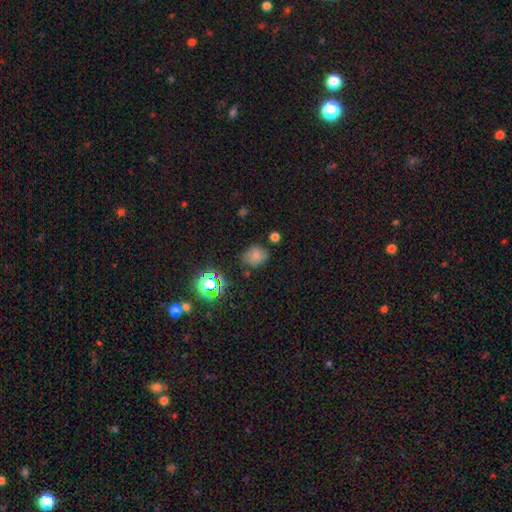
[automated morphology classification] Smooth or featured? smooth (70%)
How rounded? round (53%)
Merging? none (73%)